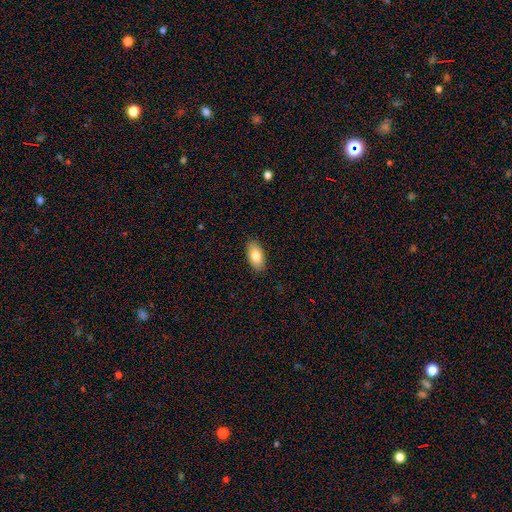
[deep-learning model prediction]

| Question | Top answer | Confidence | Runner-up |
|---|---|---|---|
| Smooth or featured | smooth | 82% | featured or disk (11%) |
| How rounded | in between | 94% | cigar-shaped (3%) |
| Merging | none | 88% | minor disturbance (9%) |